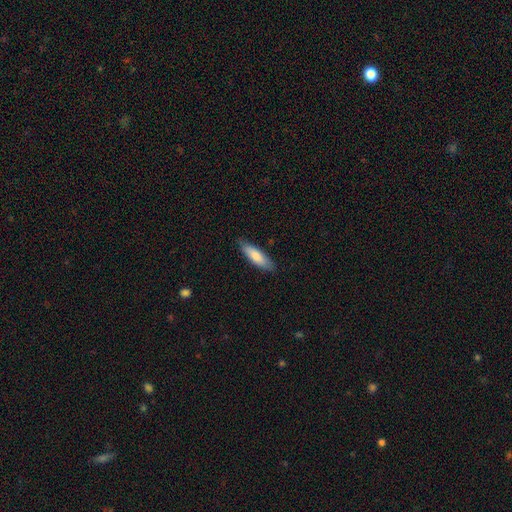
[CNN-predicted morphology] Smooth or featured? smooth (79%)
How rounded? cigar-shaped (57%)
Merging? none (84%)